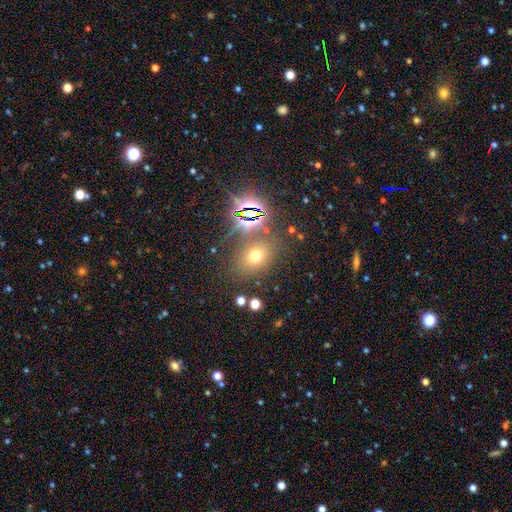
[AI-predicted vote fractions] Smooth or featured?
  - smooth: 56% *
  - star or artifact: 32%
  - featured or disk: 12%
How rounded?
  - in between: 57% *
  - round: 41%
  - cigar-shaped: 2%
Merging?
  - none: 77% *
  - minor disturbance: 11%
  - merger: 7%
  - major disturbance: 6%